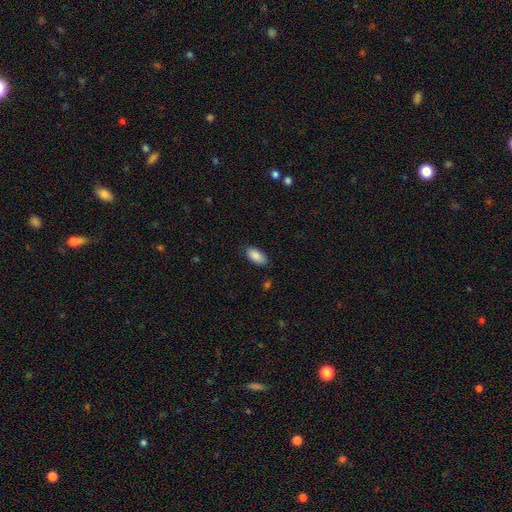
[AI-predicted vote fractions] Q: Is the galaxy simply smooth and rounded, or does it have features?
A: smooth — 88%.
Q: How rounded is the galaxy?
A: in between — 93%.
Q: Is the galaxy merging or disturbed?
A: none — 83%.